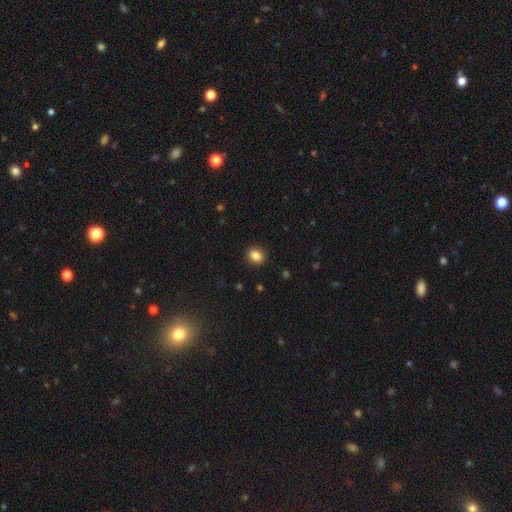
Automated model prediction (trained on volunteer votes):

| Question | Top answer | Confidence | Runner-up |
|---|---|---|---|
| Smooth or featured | smooth | 86% | star or artifact (10%) |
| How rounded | round | 65% | in between (34%) |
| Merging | none | 91% | minor disturbance (6%) |